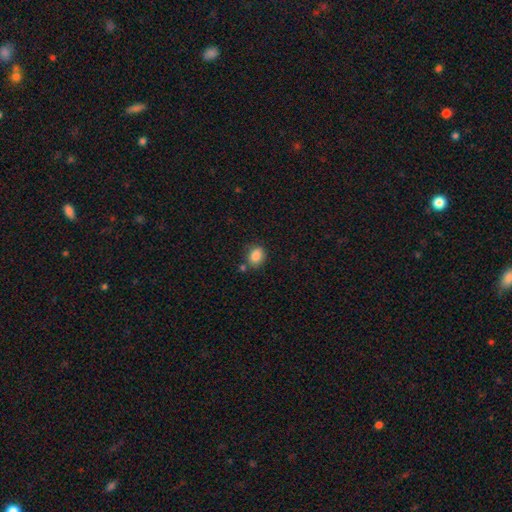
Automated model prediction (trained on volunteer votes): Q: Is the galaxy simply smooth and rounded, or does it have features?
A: smooth — 86%.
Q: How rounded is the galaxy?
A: in between — 56%.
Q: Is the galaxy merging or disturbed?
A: none — 73%.